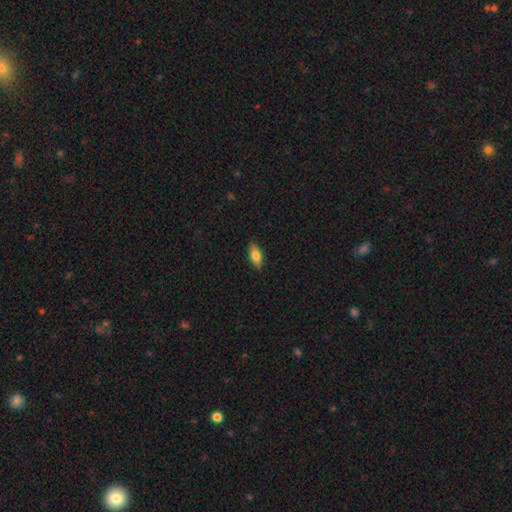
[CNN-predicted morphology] smooth 67%, featured or disk 25%, star or artifact 7%. Down the decision tree: how rounded — in between (80%); merging — none (86%).